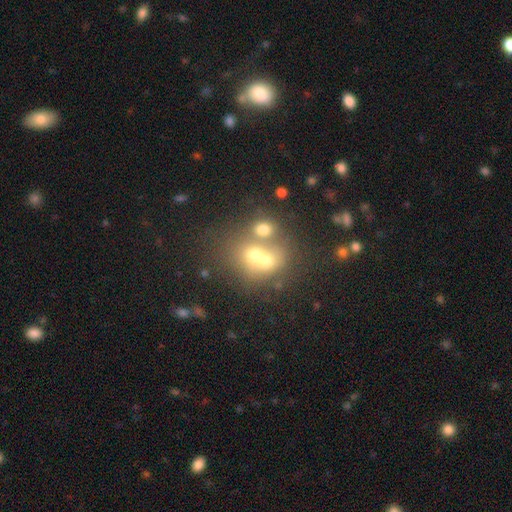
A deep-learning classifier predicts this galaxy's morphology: This is possibly a smooth galaxy (51%). How rounded: likely round (69%). Merging: possibly merger (58%).